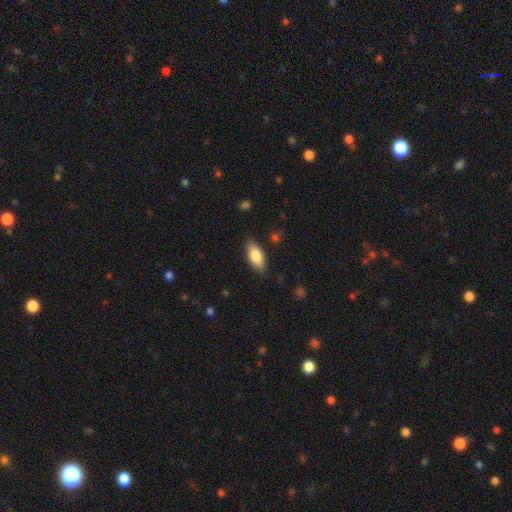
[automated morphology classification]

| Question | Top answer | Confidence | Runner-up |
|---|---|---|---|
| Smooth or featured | smooth | 82% | featured or disk (11%) |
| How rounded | in between | 85% | cigar-shaped (13%) |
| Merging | none | 83% | minor disturbance (13%) |